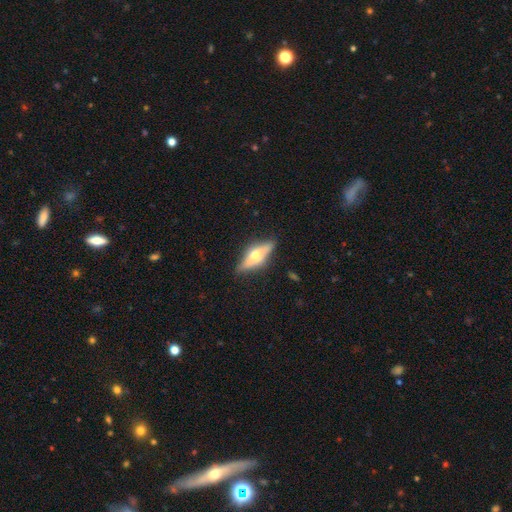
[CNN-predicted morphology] smooth_or_featured: featured or disk (p=0.59) [alt: smooth p=0.34]
disk_edge_on: yes (p=0.90) [alt: no p=0.10]
edge_on_bulge: rounded (p=0.93) [alt: boxy p=0.05]
merging: none (p=0.82) [alt: minor disturbance p=0.13]